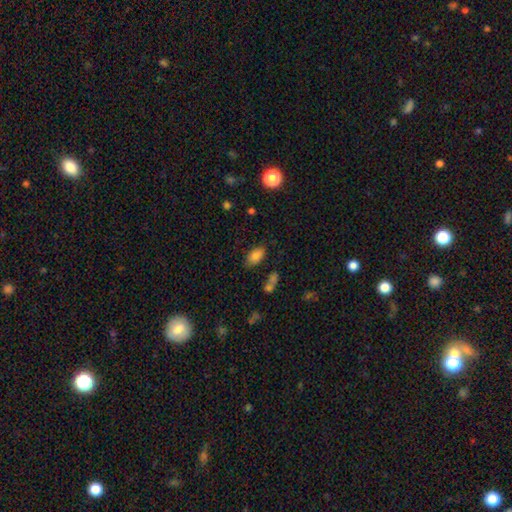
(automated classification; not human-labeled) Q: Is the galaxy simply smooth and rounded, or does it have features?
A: smooth — 82%.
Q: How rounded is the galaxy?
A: in between — 92%.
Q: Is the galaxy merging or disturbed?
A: none — 76%.